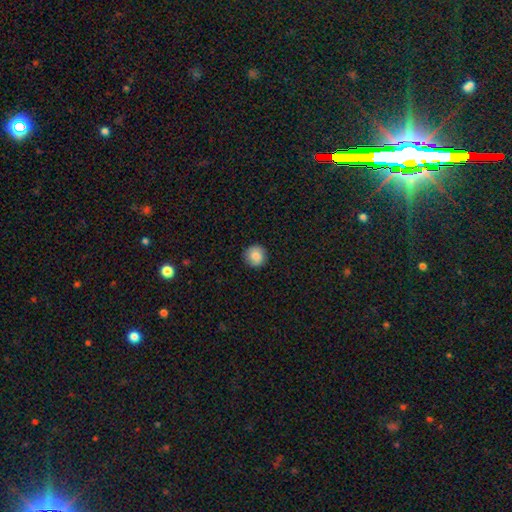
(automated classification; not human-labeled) Smooth or featured?
  - smooth: 84% *
  - star or artifact: 8%
  - featured or disk: 8%
How rounded?
  - round: 94% *
  - in between: 5%
  - cigar-shaped: 1%
Merging?
  - none: 89% *
  - minor disturbance: 8%
  - major disturbance: 2%
  - merger: 1%